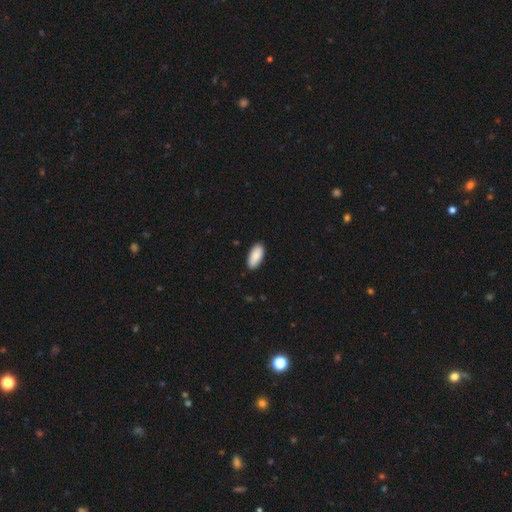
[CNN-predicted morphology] Q: Smooth or featured?
A: smooth (85%); runner-up: featured or disk (9%)
Q: How rounded?
A: in between (91%); runner-up: cigar-shaped (7%)
Q: Merging?
A: none (88%); runner-up: minor disturbance (9%)